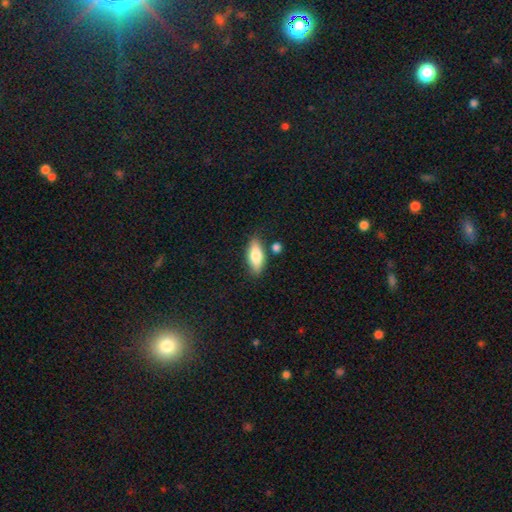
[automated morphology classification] type=smooth (74%); roundness=in between (73%); merging=none (77%).